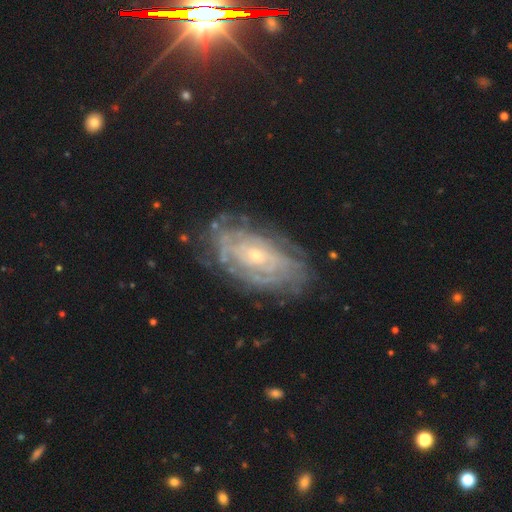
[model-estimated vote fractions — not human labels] featured or disk 84%, smooth 9%, star or artifact 7%. Down the decision tree: edge-on disk — no (94%); bar — no (71%); spiral arms — yes (90%); spiral arm count — can't tell (54%); spiral winding — tight (79%); bulge size — small (65%); merging — none (76%).